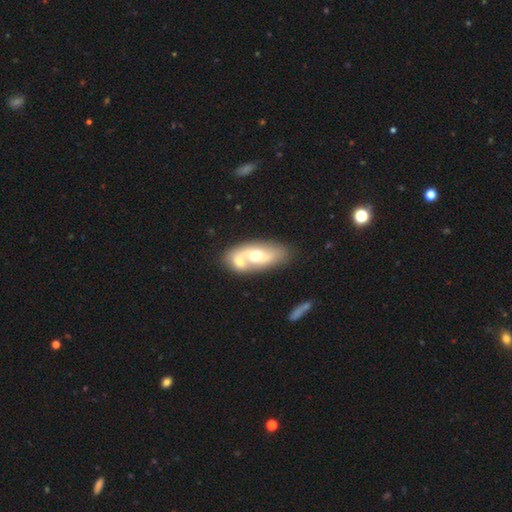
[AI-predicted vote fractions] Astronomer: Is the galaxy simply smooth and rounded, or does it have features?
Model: featured or disk — 53% (runner-up: smooth, 41%).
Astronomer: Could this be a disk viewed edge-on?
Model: no — 88%.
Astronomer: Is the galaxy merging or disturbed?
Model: merger — 48% (runner-up: none, 35%).